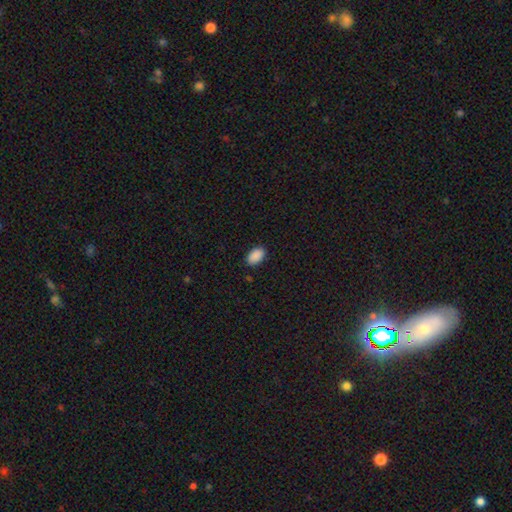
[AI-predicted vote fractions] A smooth galaxy with no disk features (90%) that is in between round and cigar-shaped (92%). Merging: none (88%).